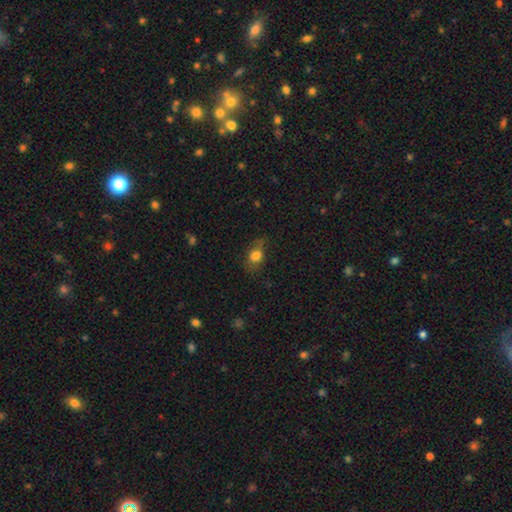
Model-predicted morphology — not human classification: This appears to be a smooth galaxy with no disk features (77%) that is in between round and cigar-shaped (59%). Merging: none (63%).